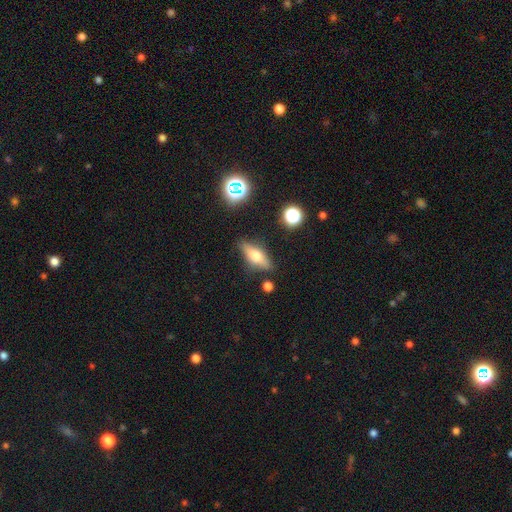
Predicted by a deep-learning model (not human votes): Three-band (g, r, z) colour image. It shows a smooth galaxy with no disk features (47%). Merging: none (82%).